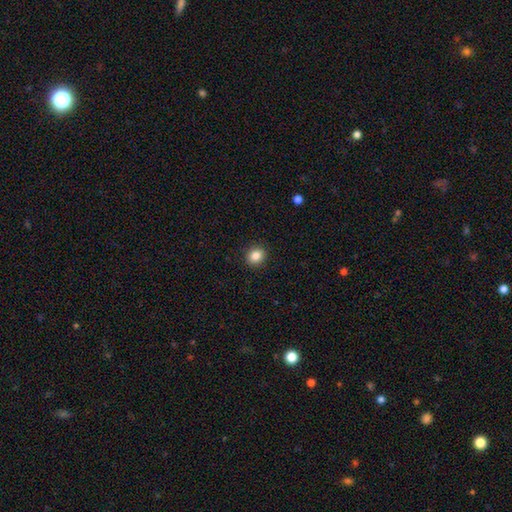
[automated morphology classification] type=smooth (85%); roundness=round (77%); merging=none (91%).